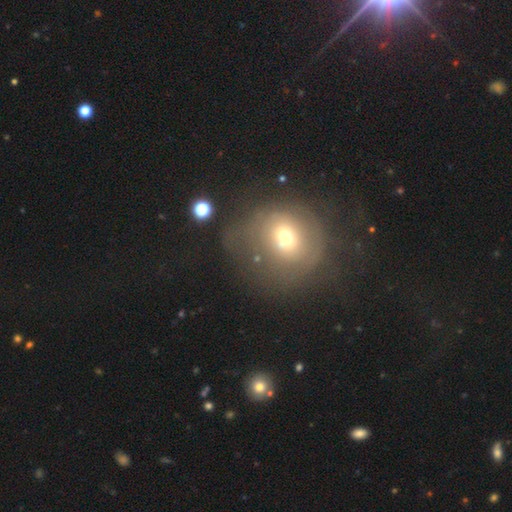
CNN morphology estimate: smooth-or-featured: smooth: 51% | featured or disk: 30% | star or artifact: 19%
  how-rounded: round: 78% | in between: 21% | cigar-shaped: 1%
  merging: none: 59% | minor disturbance: 19% | major disturbance: 19% | merger: 3%